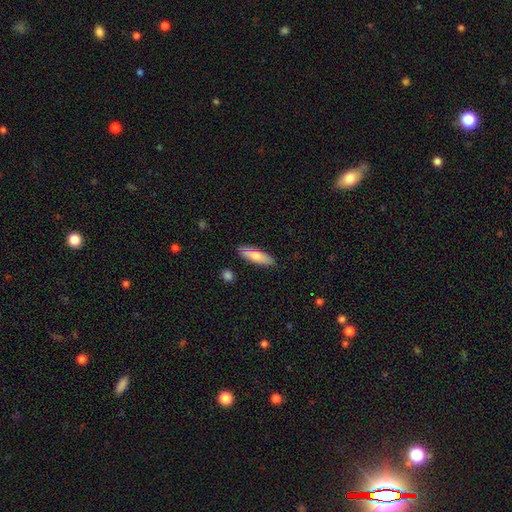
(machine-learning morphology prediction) Smooth or featured? smooth (75%)
How rounded? cigar-shaped (57%)
Merging? none (85%)